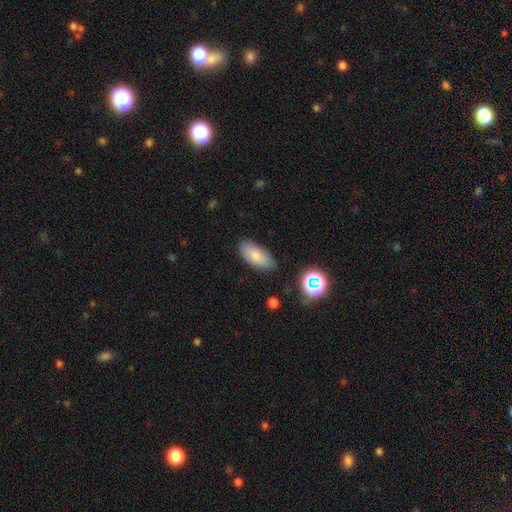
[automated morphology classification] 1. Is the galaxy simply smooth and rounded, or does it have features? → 81% smooth, 10% featured or disk, 9% star or artifact.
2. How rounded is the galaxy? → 88% in between, 10% cigar-shaped, 2% round.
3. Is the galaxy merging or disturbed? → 82% none, 13% minor disturbance, 3% major disturbance, 2% merger.